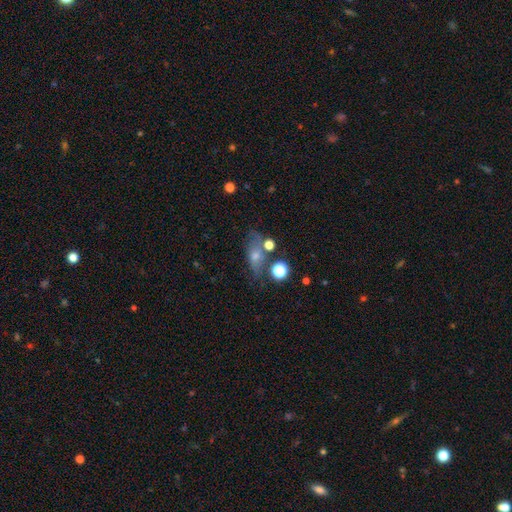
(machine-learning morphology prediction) Smooth or featured?
  - smooth: 44% *
  - featured or disk: 33%
  - star or artifact: 23%
Merging?
  - none: 55% *
  - minor disturbance: 18%
  - merger: 15%
  - major disturbance: 12%